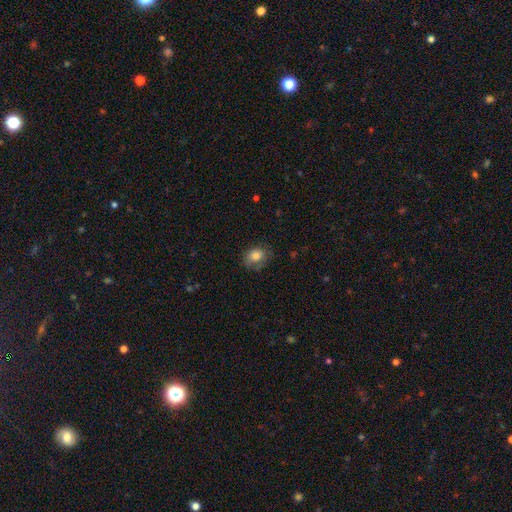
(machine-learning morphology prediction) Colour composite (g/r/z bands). It shows a smooth galaxy with no disk features (79%) that is in between round and cigar-shaped (55%). Merging: none (62%).